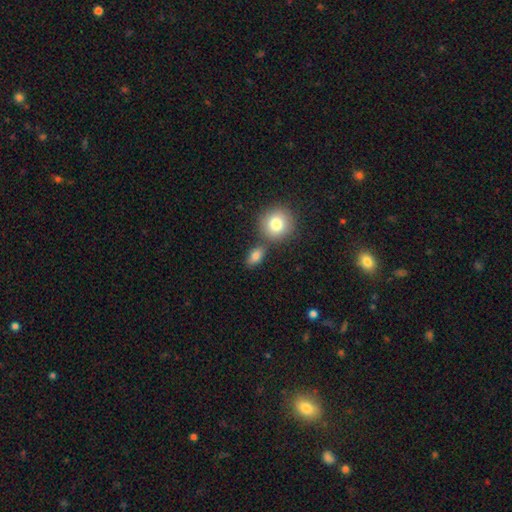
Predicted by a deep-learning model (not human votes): smooth_or_featured: smooth (p=0.82) [alt: star or artifact p=0.09]
how_rounded: in between (p=0.73) [alt: round p=0.22]
merging: none (p=0.66) [alt: merger p=0.18]